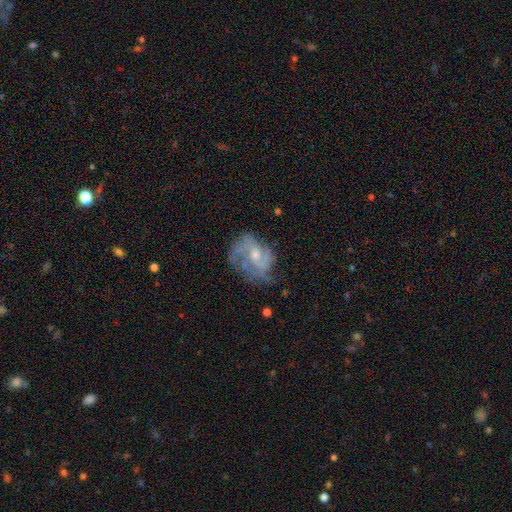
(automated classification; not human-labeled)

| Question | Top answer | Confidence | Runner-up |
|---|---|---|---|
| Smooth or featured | featured or disk | 82% | smooth (11%) |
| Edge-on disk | no | 98% | yes (2%) |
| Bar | no | 62% | weak (33%) |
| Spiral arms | yes | 92% | no (8%) |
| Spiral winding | medium | 45% | tight (37%) |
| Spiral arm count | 3 | 33% | can't tell (24%) |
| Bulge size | moderate | 48% | small (46%) |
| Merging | none | 60% | minor disturbance (23%) |